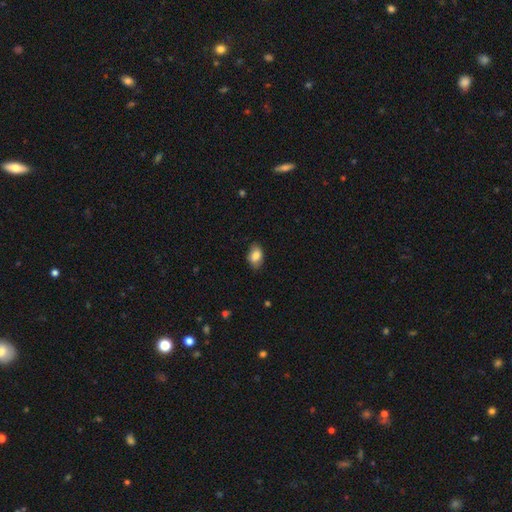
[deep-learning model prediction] Smooth or featured? smooth (83%)
How rounded? in between (86%)
Merging? none (79%)